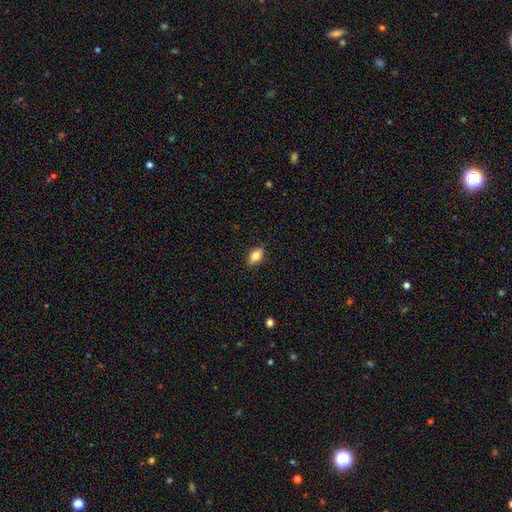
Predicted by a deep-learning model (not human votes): Smooth or featured? Predicted: smooth (p=0.78). How rounded? Predicted: in between (p=0.85). Merging? Predicted: none (p=0.86).